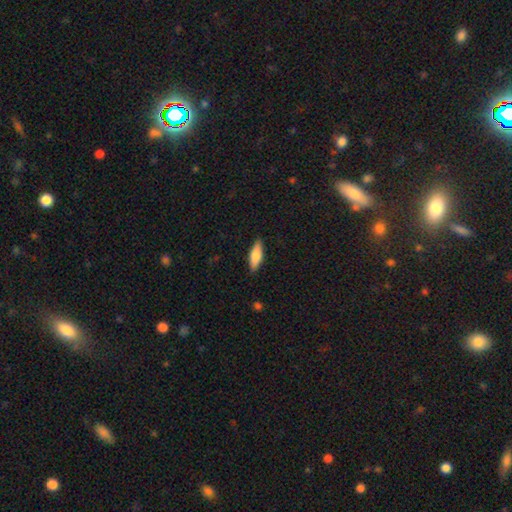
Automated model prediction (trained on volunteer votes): Smooth or featured? Predicted: smooth (p=0.77). How rounded? Predicted: in between (p=0.55). Merging? Predicted: none (p=0.88).